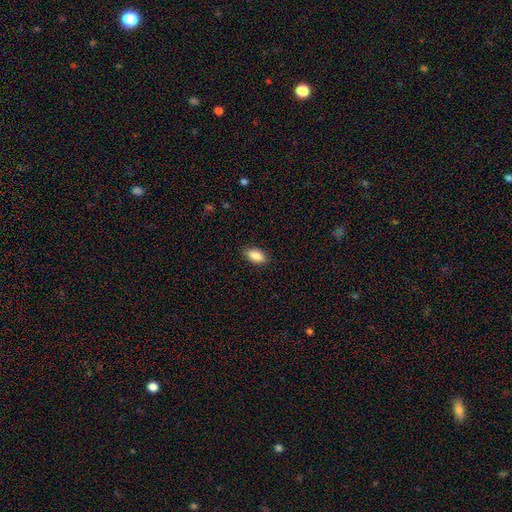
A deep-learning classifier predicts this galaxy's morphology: Smooth or featured? smooth (88%)
How rounded? in between (91%)
Merging? none (87%)